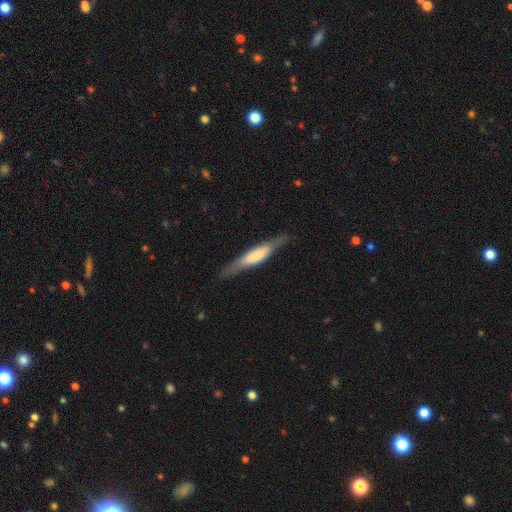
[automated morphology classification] This is possibly a smooth galaxy (50%). Merging: likely none (80%).